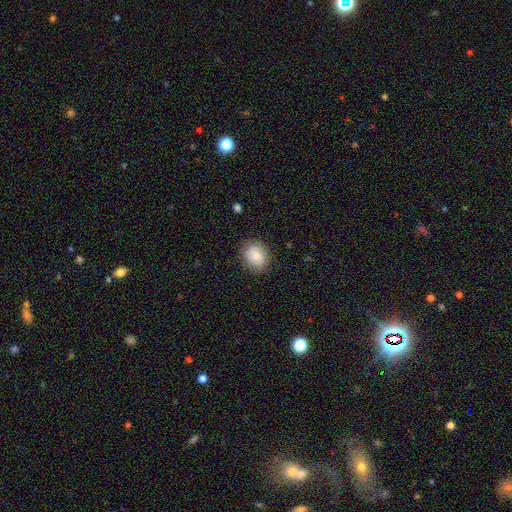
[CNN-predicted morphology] type=smooth (84%); roundness=round (56%); merging=none (85%).